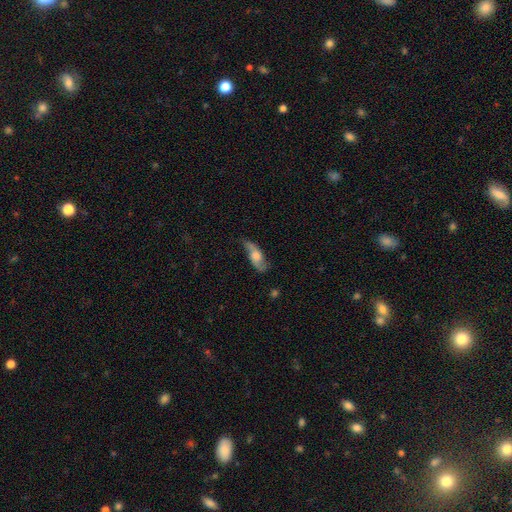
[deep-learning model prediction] A featured or disk galaxy (58%).

Vote fractions:
- Smooth or featured? featured or disk: 58% / smooth: 35% / star or artifact: 7%
- Edge-on disk? no: 77% / yes: 23%
- Merging? none: 63% / minor disturbance: 24% / major disturbance: 10% / merger: 2%